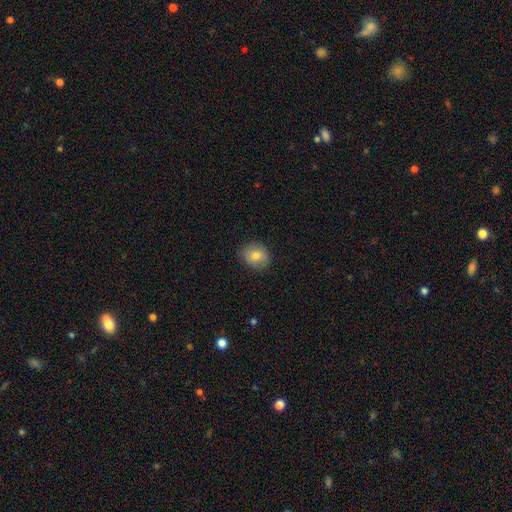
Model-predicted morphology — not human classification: A smooth galaxy with no disk features (76%) that is round (67%). Merging: none (84%).